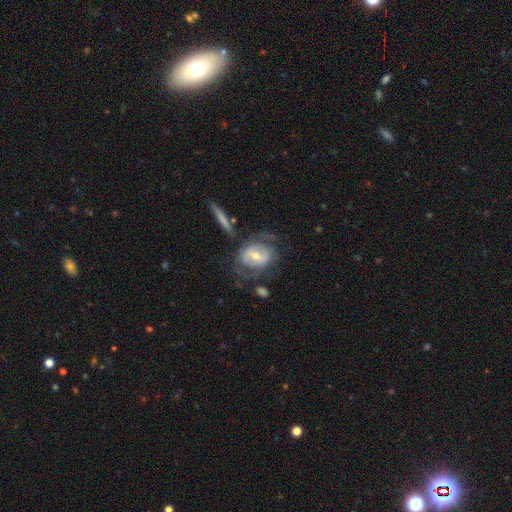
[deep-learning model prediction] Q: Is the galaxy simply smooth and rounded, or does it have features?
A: featured or disk — 68%.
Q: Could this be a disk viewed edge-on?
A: no — 94%.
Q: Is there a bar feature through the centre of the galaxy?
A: strong — 40%.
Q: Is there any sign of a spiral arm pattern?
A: yes — 63%.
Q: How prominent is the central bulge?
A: moderate — 58%.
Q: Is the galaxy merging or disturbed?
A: none — 54%.